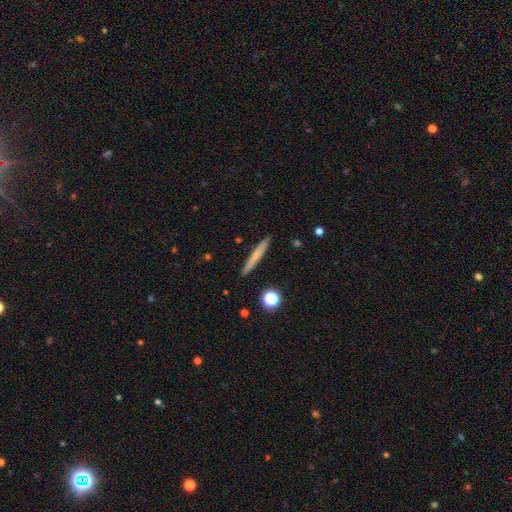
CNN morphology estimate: smooth-or-featured: smooth: 65% | featured or disk: 28% | star or artifact: 7%
  how-rounded: cigar-shaped: 96% | in between: 3% | round: 2%
  merging: none: 91% | minor disturbance: 6% | merger: 1% | major disturbance: 1%